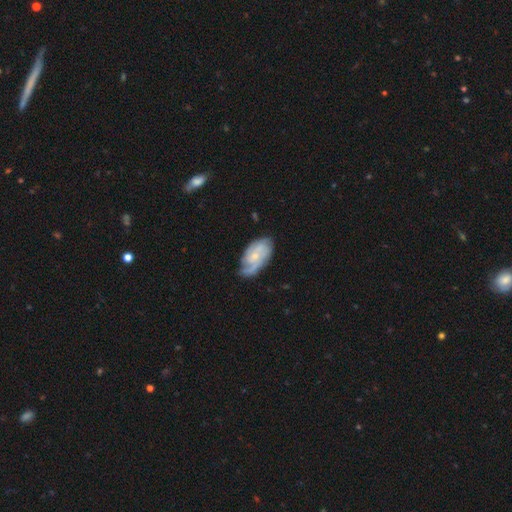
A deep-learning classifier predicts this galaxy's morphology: The model was most divided on "spiral arm count": 2: 33%, can't tell: 30%, 3: 22%, 1: 7%, 4: 6%, more than 4: 4%. Remaining: edge-on disk — no (96%); spiral arms — yes (92%); smooth or featured — featured or disk (73%); bar — no (66%); bulge size — small (65%); merging — none (64%); spiral winding — tight (48%).